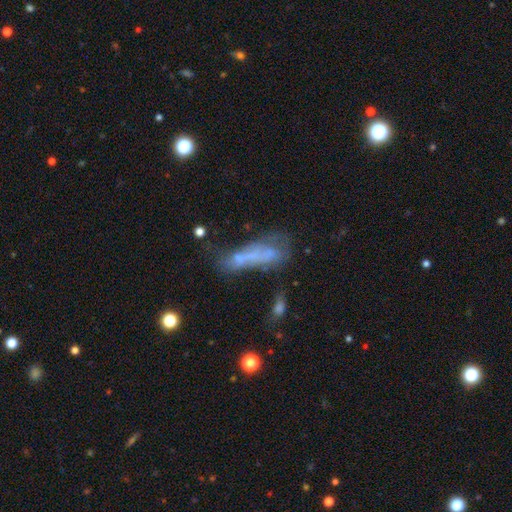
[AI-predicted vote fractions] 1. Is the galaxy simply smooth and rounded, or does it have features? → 43% smooth, 41% featured or disk, 16% star or artifact.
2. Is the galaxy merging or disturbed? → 29% major disturbance, 27% none, 25% merger, 19% minor disturbance.